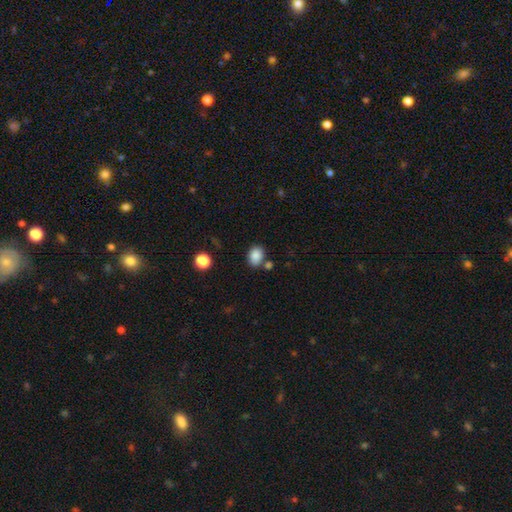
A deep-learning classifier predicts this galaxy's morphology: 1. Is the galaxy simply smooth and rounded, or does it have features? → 86% smooth, 9% star or artifact, 4% featured or disk.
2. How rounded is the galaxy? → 68% in between, 31% round, 1% cigar-shaped.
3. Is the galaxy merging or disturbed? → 72% none, 13% minor disturbance, 11% merger, 4% major disturbance.